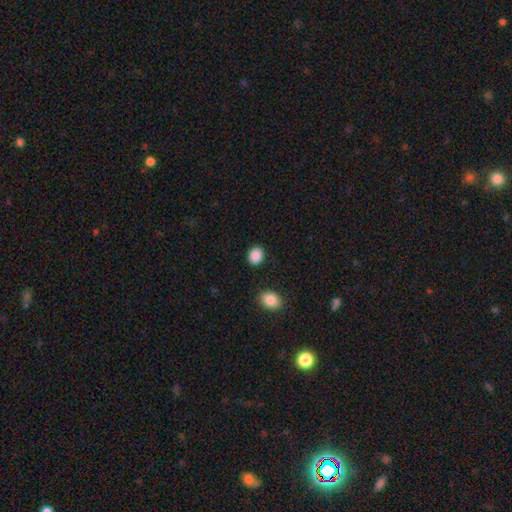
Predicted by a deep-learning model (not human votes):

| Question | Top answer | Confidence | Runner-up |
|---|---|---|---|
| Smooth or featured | smooth | 89% | star or artifact (8%) |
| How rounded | round | 56% | in between (43%) |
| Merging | none | 88% | minor disturbance (7%) |